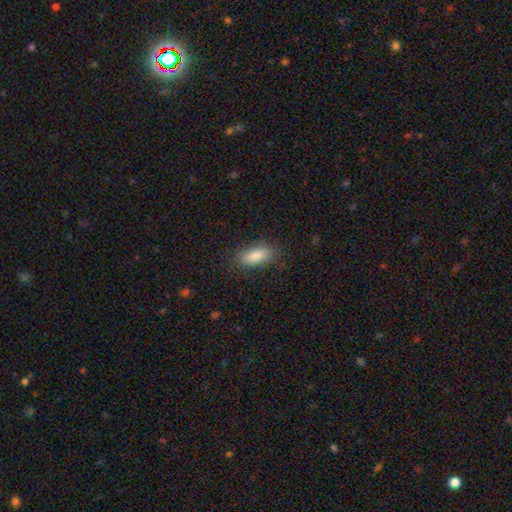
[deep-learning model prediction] A smooth galaxy with no disk features (84%) that is in between round and cigar-shaped (77%).

Vote fractions:
- Smooth or featured? smooth: 84% / featured or disk: 8% / star or artifact: 8%
- How rounded? in between: 77% / cigar-shaped: 20% / round: 3%
- Merging? none: 84% / minor disturbance: 12% / major disturbance: 3% / merger: 1%